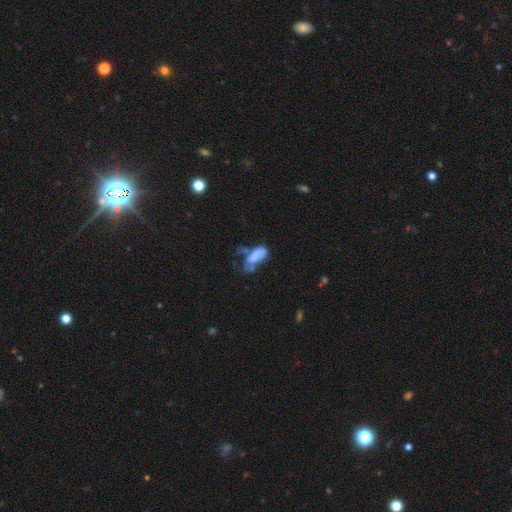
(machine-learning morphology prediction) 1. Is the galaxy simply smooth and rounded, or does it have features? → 67% smooth, 23% featured or disk, 10% star or artifact.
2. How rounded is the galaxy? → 84% in between, 13% cigar-shaped, 3% round.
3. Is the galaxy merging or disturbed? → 34% major disturbance, 24% merger, 21% minor disturbance, 20% none.